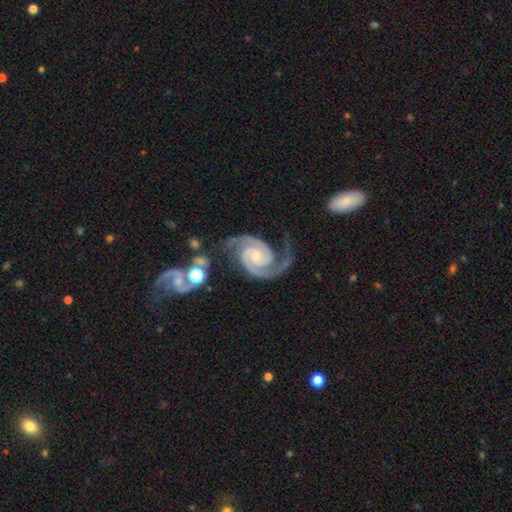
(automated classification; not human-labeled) This is clearly a featured or disk galaxy (94%). It is clearly not viewed edge-on (98%). Bar: possibly no (60%). Spiral arm pattern: clearly yes (99%). Spiral arm count: clearly 2 (93%). Spiral winding: possibly tight (48%). Central bulge: likely small (67%). Merging: likely none (68%).